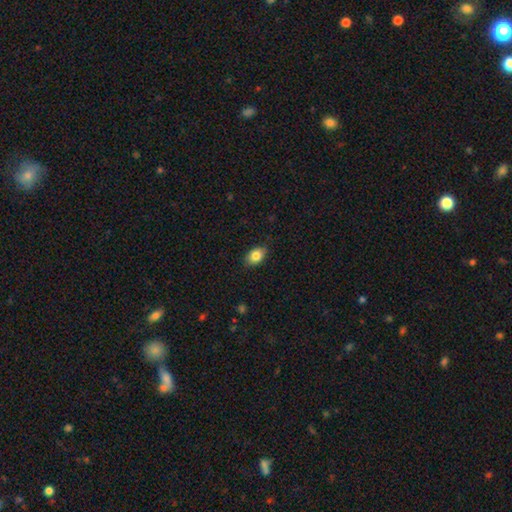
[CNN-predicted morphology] Smooth or featured? smooth (84%)
How rounded? in between (85%)
Merging? none (84%)